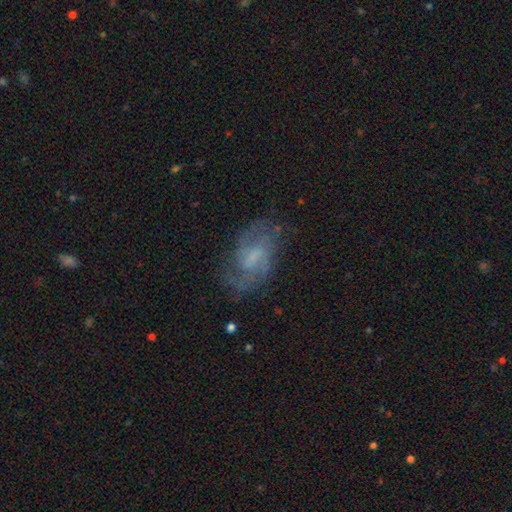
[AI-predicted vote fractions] Smooth or featured? featured or disk (73%)
Edge-on disk? no (96%)
Bar? weak (54%)
Spiral arms? yes (91%)
Spiral winding? medium (49%)
Spiral arm count? 2 (63%)
Bulge size? small (37%)
Merging? none (69%)